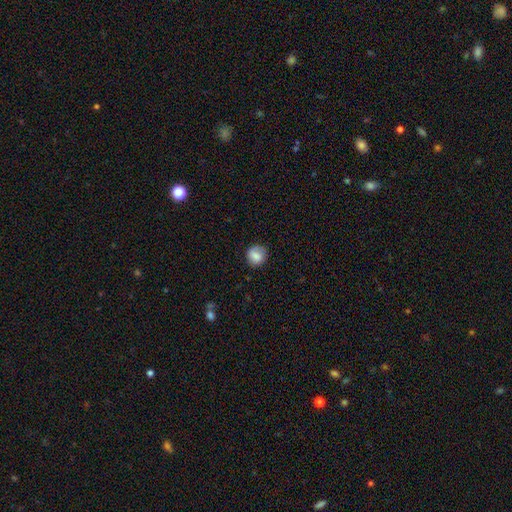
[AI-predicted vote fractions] A smooth galaxy with no disk features (81%) that is round (85%).

Vote fractions:
- Smooth or featured? smooth: 81% / featured or disk: 11% / star or artifact: 8%
- How rounded? round: 85% / in between: 14% / cigar-shaped: 1%
- Merging? none: 80% / minor disturbance: 15% / major disturbance: 4% / merger: 1%